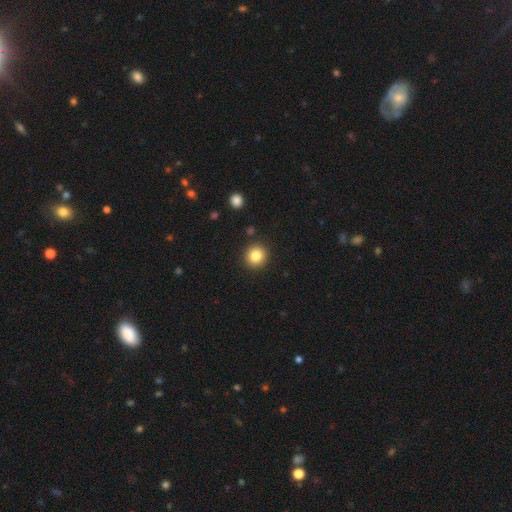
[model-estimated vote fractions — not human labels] This appears to be a smooth galaxy with no disk features (83%) that is round (93%). Merging: none (91%).